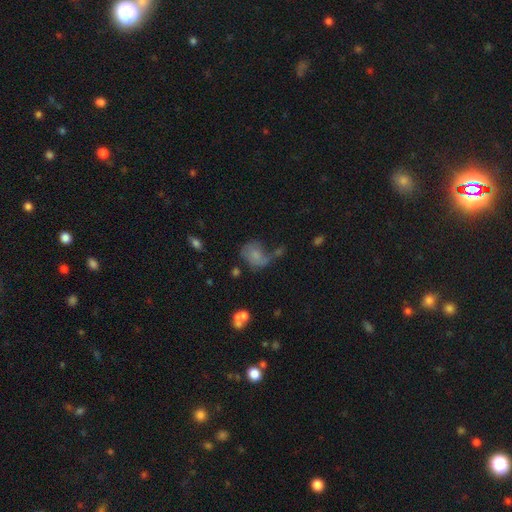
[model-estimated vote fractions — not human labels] A smooth galaxy with no disk features (63%) that is in between round and cigar-shaped (54%).

Vote fractions:
- Smooth or featured? smooth: 63% / featured or disk: 25% / star or artifact: 12%
- How rounded? in between: 54% / round: 44% / cigar-shaped: 2%
- Merging? none: 34% / major disturbance: 25% / minor disturbance: 24% / merger: 17%